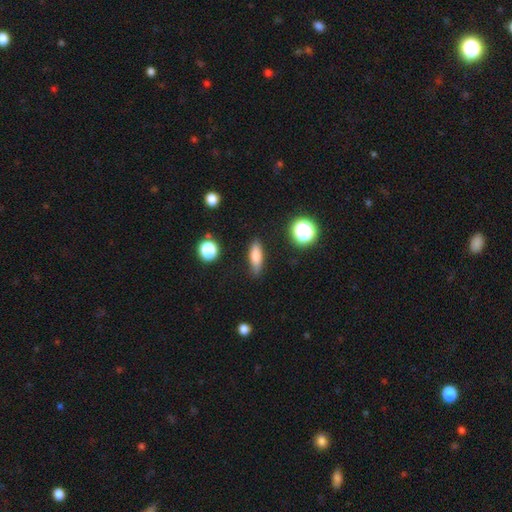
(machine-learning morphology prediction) Q: Smooth or featured?
A: smooth (73%); runner-up: featured or disk (17%)
Q: How rounded?
A: cigar-shaped (47%); tied with: in between (47%)
Q: Merging?
A: none (82%); runner-up: minor disturbance (13%)